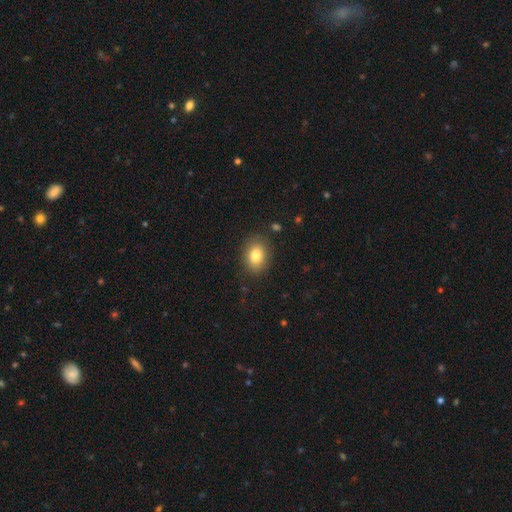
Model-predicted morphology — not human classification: type=smooth (81%); roundness=in between (61%); merging=none (86%).